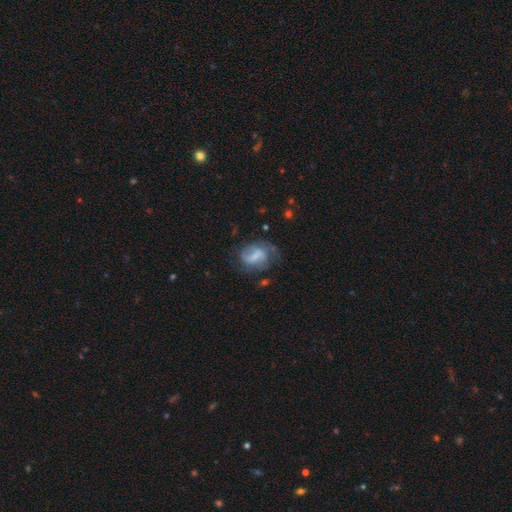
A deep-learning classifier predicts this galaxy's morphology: This is possibly a featured or disk galaxy (56%). It is clearly not viewed edge-on (96%). Bar: possibly weak (48%). Spiral arm pattern: likely yes (70%). Central bulge: marginally small (38%). Merging: possibly none (45%).